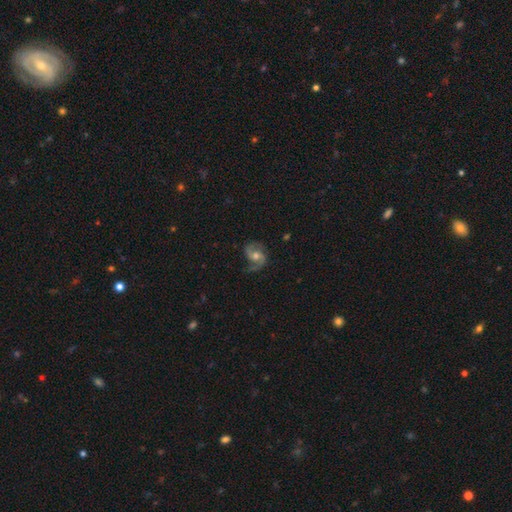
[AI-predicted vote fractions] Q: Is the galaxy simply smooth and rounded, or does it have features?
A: featured or disk — 86%.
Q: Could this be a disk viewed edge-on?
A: no — 98%.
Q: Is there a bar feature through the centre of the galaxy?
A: no — 53%.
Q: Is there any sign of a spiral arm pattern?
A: yes — 97%.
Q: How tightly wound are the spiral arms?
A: medium — 52%.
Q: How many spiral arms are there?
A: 2 — 90%.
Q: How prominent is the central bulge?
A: moderate — 67%.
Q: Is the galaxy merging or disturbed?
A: none — 73%.